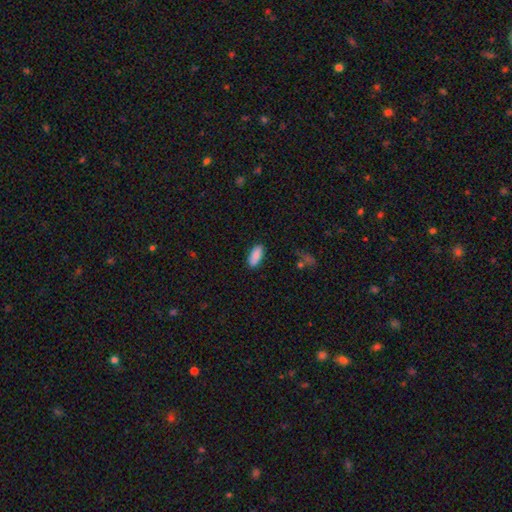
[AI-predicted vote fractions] smooth 87%, featured or disk 7%, star or artifact 6%. Down the decision tree: how rounded — in between (85%); merging — none (87%).